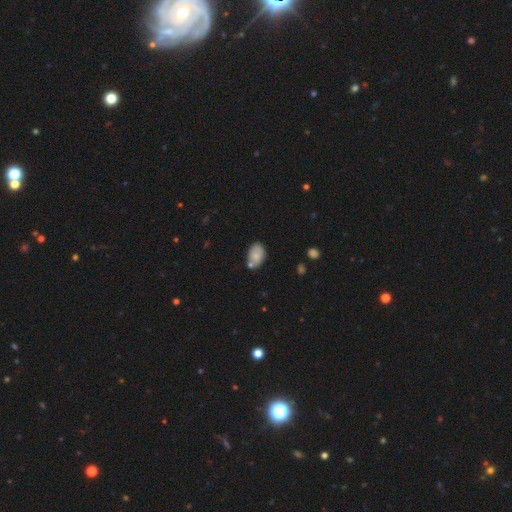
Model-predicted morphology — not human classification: smooth_or_featured: smooth (p=0.79) [alt: featured or disk p=0.13]
how_rounded: in between (p=0.88) [alt: round p=0.10]
merging: none (p=0.61) [alt: minor disturbance p=0.20]